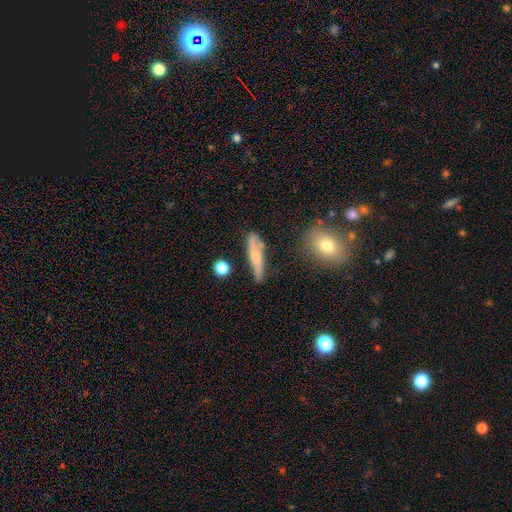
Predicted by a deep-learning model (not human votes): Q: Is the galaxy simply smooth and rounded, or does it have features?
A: smooth — 49%.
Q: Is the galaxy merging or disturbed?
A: none — 69%.